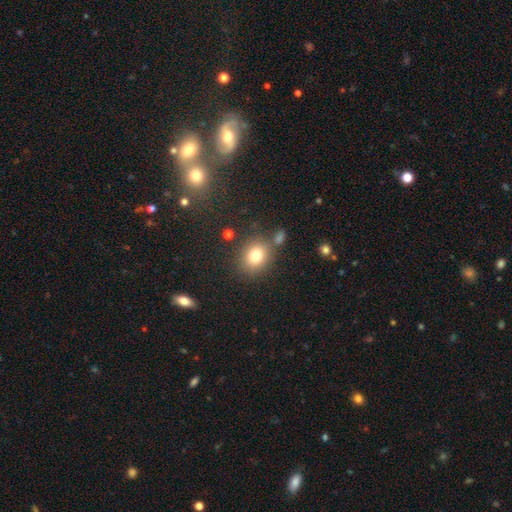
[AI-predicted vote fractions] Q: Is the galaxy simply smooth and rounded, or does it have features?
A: smooth — 78%.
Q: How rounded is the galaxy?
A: round — 62%.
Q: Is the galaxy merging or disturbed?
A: none — 76%.